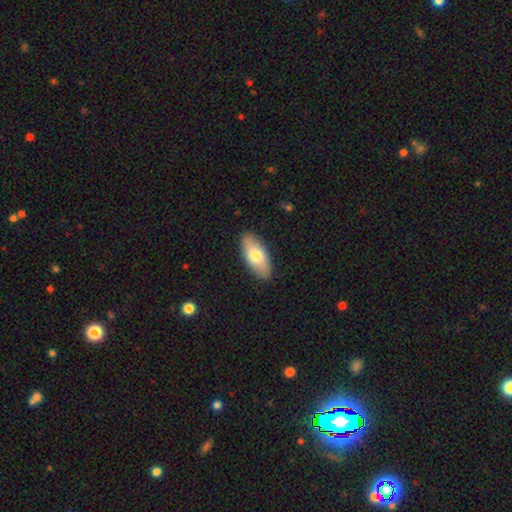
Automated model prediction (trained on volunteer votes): smooth_or_featured: smooth (p=0.73) [alt: featured or disk p=0.22]
how_rounded: in between (p=0.90) [alt: cigar-shaped p=0.08]
merging: none (p=0.88) [alt: minor disturbance p=0.09]